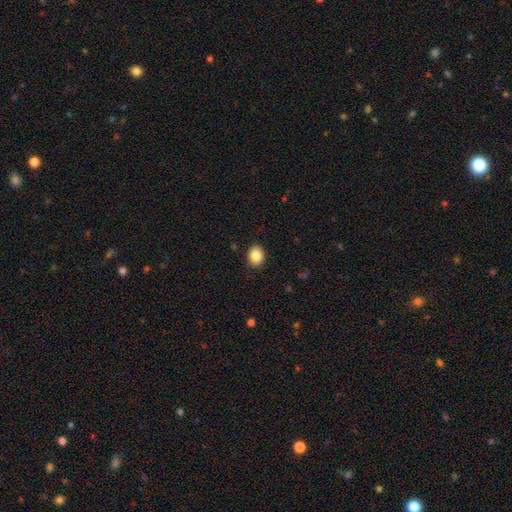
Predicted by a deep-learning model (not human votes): A smooth galaxy with no disk features (87%) that is in between round and cigar-shaped (55%).

Vote fractions:
- Smooth or featured? smooth: 87% / star or artifact: 9% / featured or disk: 5%
- How rounded? in between: 55% / round: 44% / cigar-shaped: 1%
- Merging? none: 90% / minor disturbance: 7% / major disturbance: 2% / merger: 1%